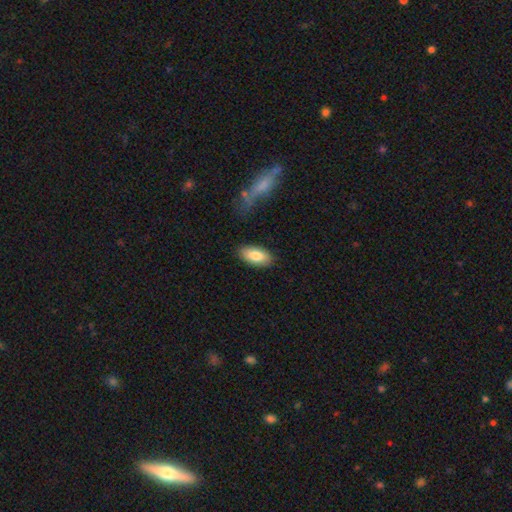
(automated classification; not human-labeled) The model was most divided on "smooth or featured": smooth: 82%, featured or disk: 12%, star or artifact: 6%. More confident: how rounded — in between (91%); merging — none (85%).